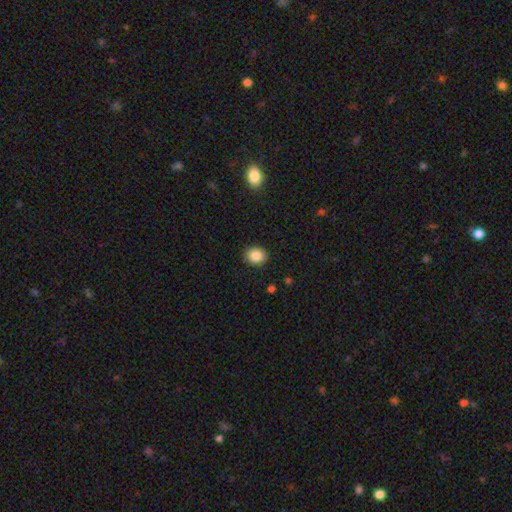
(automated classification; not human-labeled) Q: Smooth or featured?
A: smooth (85%); runner-up: star or artifact (9%)
Q: How rounded?
A: round (62%); runner-up: in between (37%)
Q: Merging?
A: none (90%); runner-up: minor disturbance (7%)